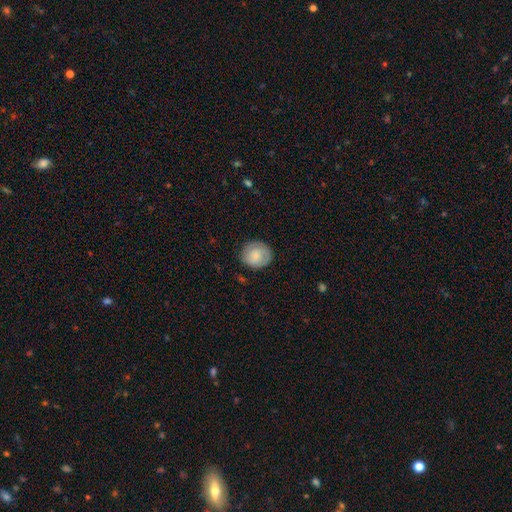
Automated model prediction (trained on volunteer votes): This is likely a smooth galaxy (76%). How rounded: likely round (79%). Merging: clearly none (81%).